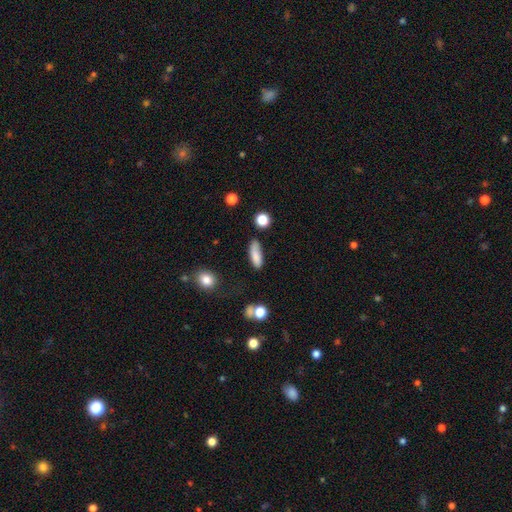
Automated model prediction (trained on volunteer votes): Q: Smooth or featured?
A: smooth (82%); runner-up: featured or disk (10%)
Q: How rounded?
A: in between (52%); runner-up: cigar-shaped (45%)
Q: Merging?
A: none (68%); runner-up: minor disturbance (22%)